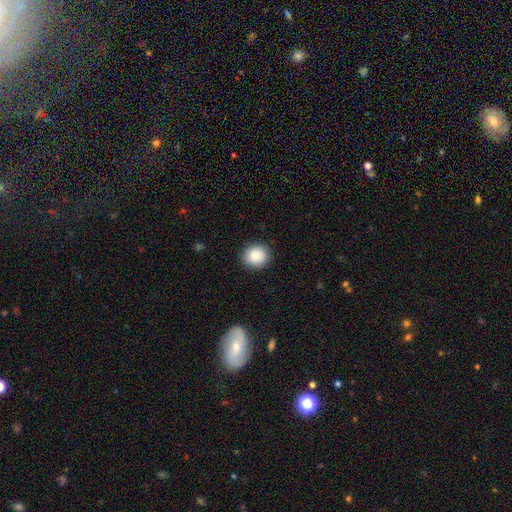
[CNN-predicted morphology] smooth 88%, star or artifact 8%, featured or disk 4%. Down the decision tree: how rounded — round (84%); merging — none (91%).